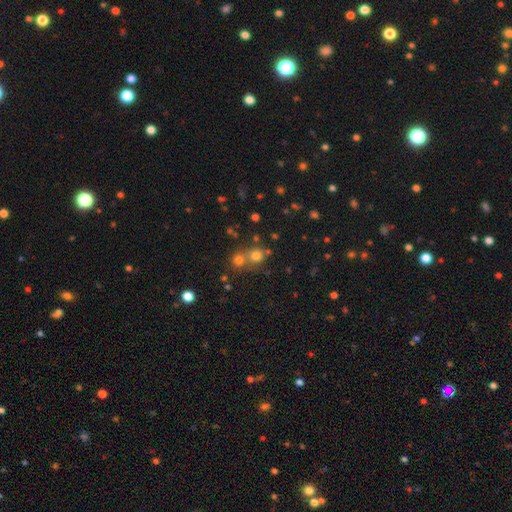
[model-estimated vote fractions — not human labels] Smooth or featured? smooth (71%)
How rounded? round (85%)
Merging? none (50%)